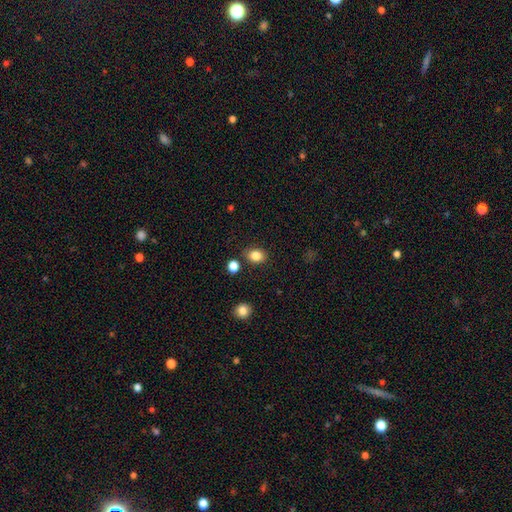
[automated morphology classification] Smooth or featured? smooth (84%)
How rounded? in between (57%)
Merging? none (83%)